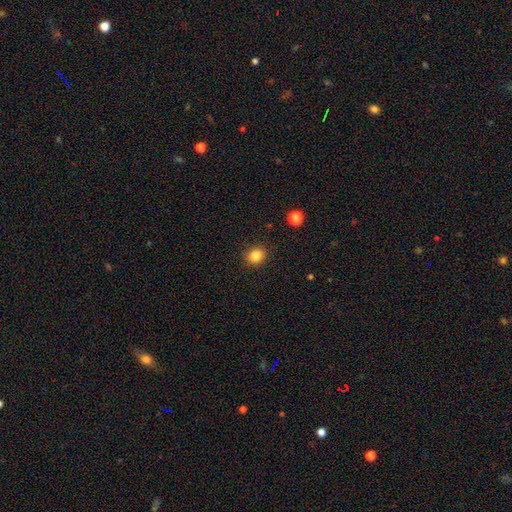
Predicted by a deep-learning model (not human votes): Smooth or featured? Predicted: smooth (p=0.84). How rounded? Predicted: round (p=0.72). Merging? Predicted: none (p=0.88).